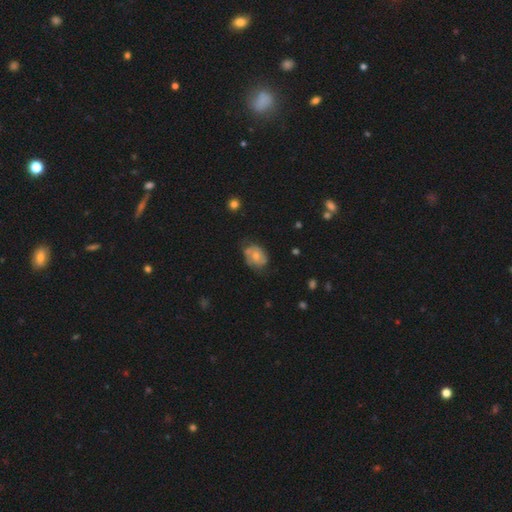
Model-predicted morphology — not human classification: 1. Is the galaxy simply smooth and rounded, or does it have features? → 48% featured or disk, 44% smooth, 8% star or artifact.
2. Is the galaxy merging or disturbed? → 52% none, 32% minor disturbance, 12% major disturbance, 4% merger.